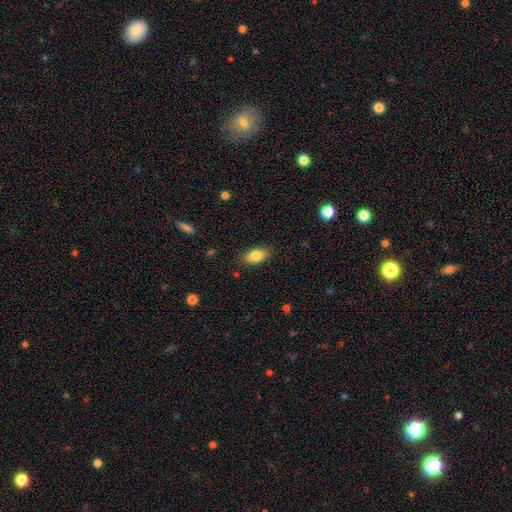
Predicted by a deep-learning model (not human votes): Smooth or featured? smooth (84%)
How rounded? in between (90%)
Merging? none (86%)